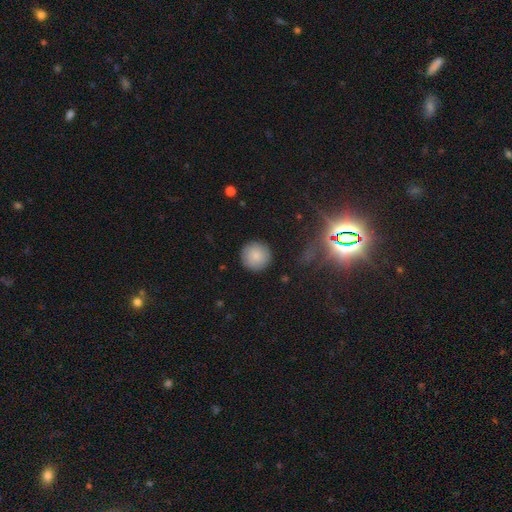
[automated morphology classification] type=smooth (83%); roundness=round (96%); merging=none (90%).